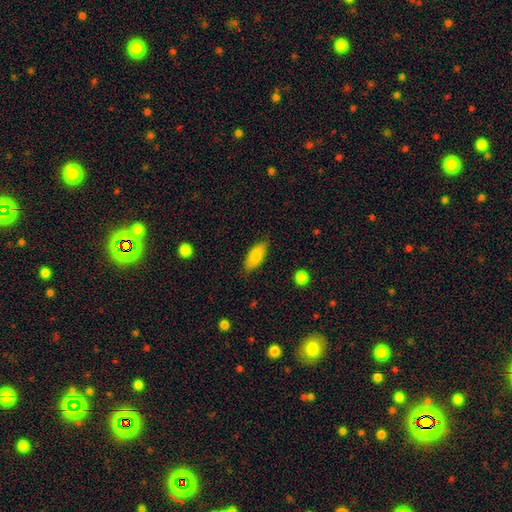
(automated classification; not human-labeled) Overall: smooth (85%). How rounded: in between (83%). Merging: none (82%).